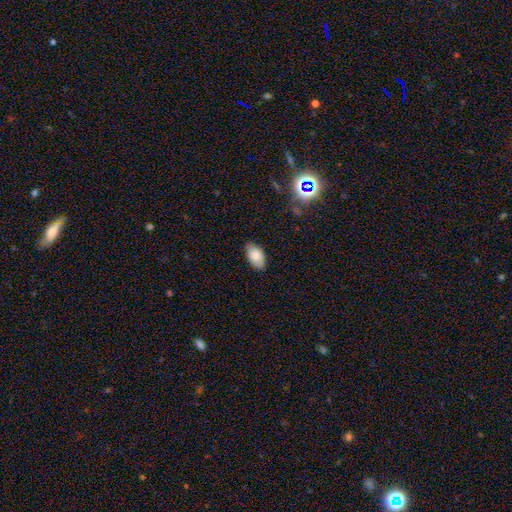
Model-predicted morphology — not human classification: Smooth or featured?
  - smooth: 84% *
  - featured or disk: 9%
  - star or artifact: 7%
How rounded?
  - in between: 94% *
  - round: 4%
  - cigar-shaped: 2%
Merging?
  - none: 81% *
  - minor disturbance: 16%
  - major disturbance: 3%
  - merger: 1%